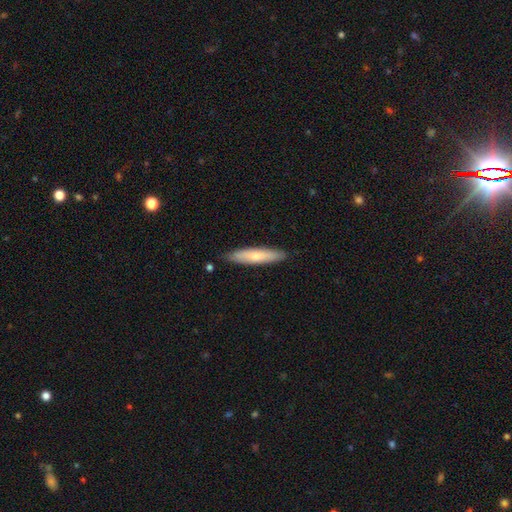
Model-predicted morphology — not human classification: The model was most divided on "smooth or featured": smooth: 66%, featured or disk: 28%, star or artifact: 6%. More confident: merging — none (88%); how rounded — cigar-shaped (86%).